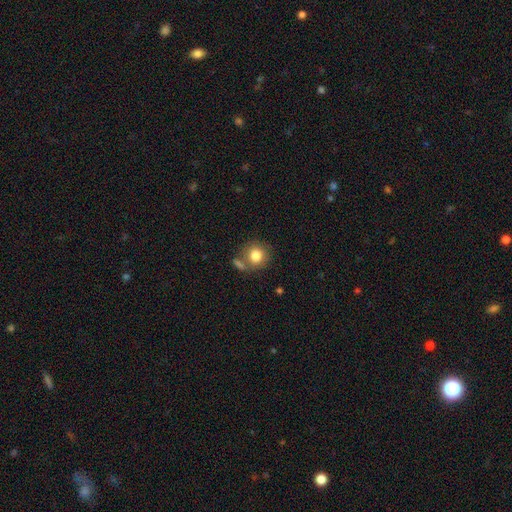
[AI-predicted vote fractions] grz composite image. It shows a smooth galaxy with no disk features (82%) that is round (84%). Merging: none (63%).